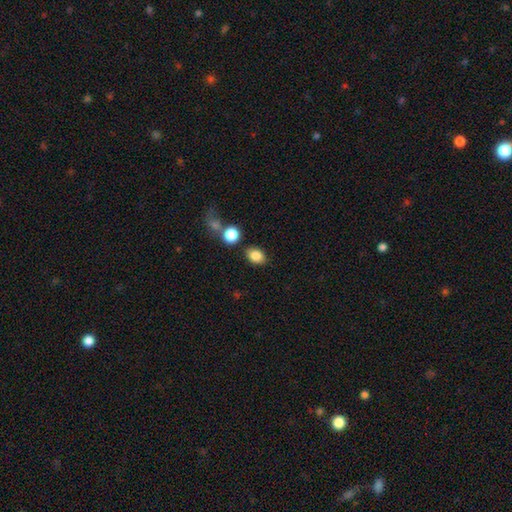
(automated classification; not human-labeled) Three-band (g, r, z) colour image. It shows a smooth galaxy with no disk features (85%) that is in between round and cigar-shaped (69%). Merging: none (78%).